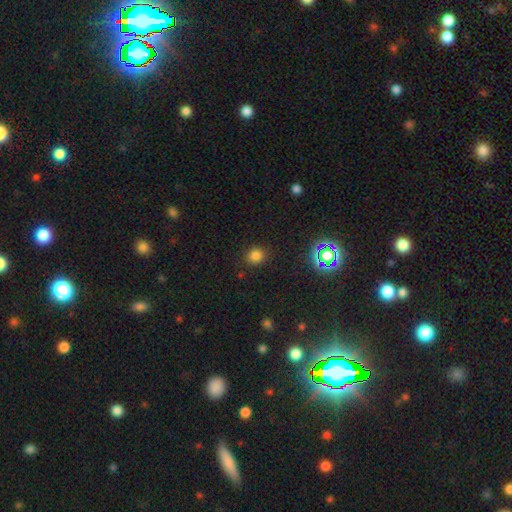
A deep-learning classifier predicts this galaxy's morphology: This is likely a smooth galaxy (78%). How rounded: clearly round (81%). Merging: clearly none (87%).